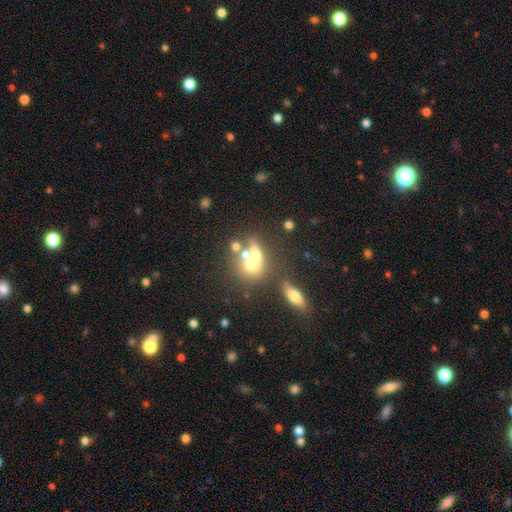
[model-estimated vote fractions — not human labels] smooth-or-featured: smooth: 53% | featured or disk: 29% | star or artifact: 18%
  how-rounded: round: 64% | in between: 32% | cigar-shaped: 4%
  merging: merger: 50% | none: 34% | minor disturbance: 9% | major disturbance: 7%